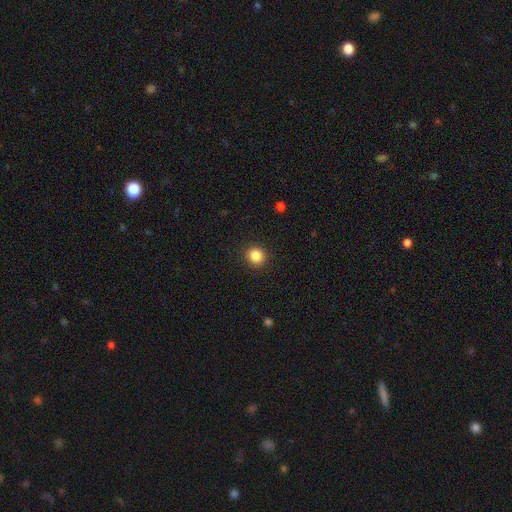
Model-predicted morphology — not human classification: Smooth or featured: smooth — 86% (star or artifact — 10%)
How rounded: round — 89% (in between — 10%)
Merging: none — 91% (minor disturbance — 6%)